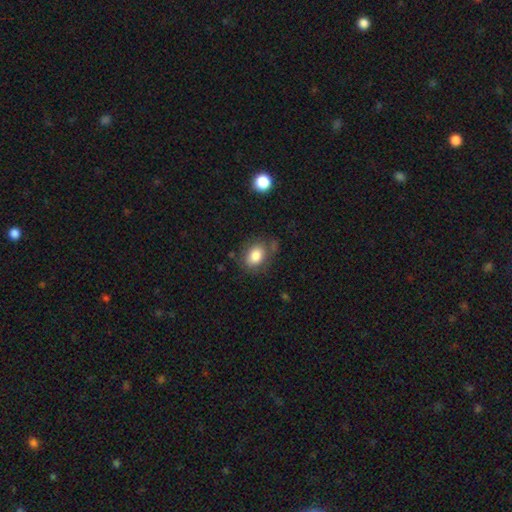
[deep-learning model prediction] smooth 82%, featured or disk 9%, star or artifact 8%. Down the decision tree: how rounded — in between (70%); merging — none (67%).